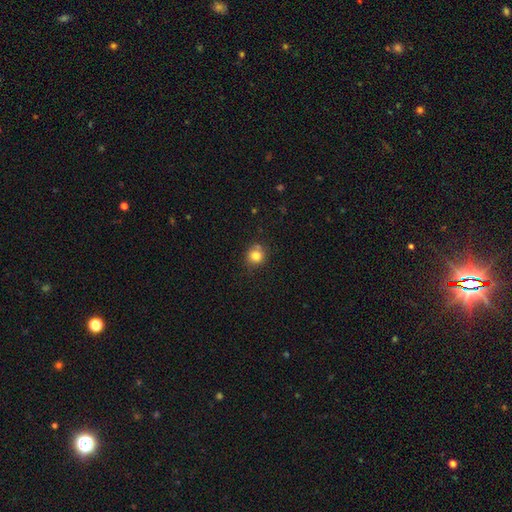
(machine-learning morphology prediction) A smooth galaxy with no disk features (82%) that is round (87%). Merging: none (77%).